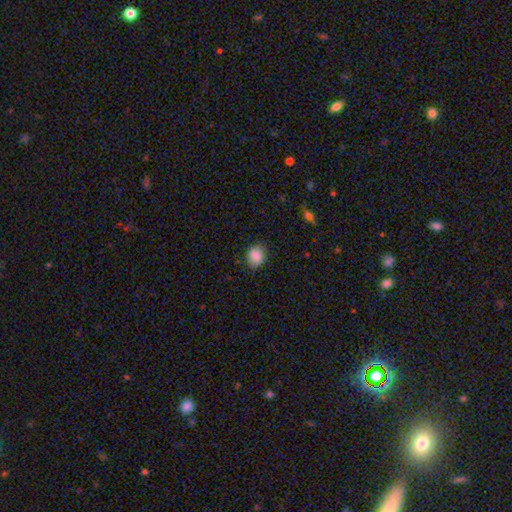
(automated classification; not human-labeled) This is clearly a smooth galaxy (87%). How rounded: possibly round (52%). Merging: likely none (78%).